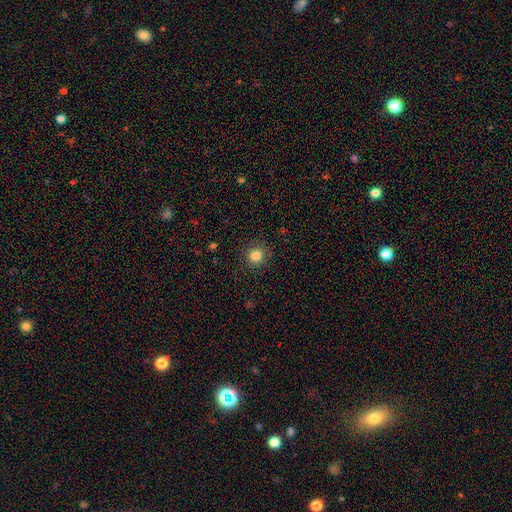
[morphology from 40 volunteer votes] This is clearly a smooth galaxy (85%). How rounded: clearly round (88%). Merging: clearly none (92%).